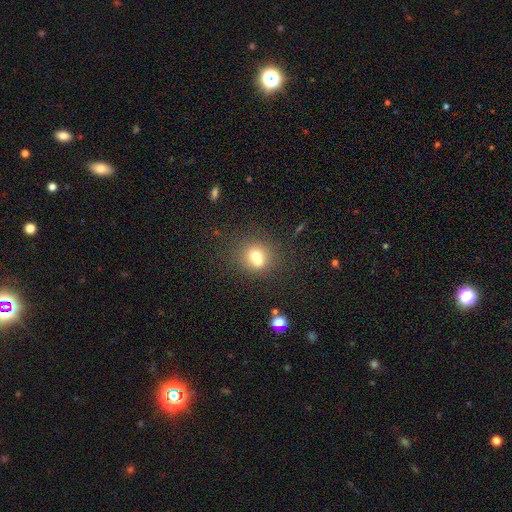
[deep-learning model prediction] smooth 65%, featured or disk 21%, star or artifact 14%. Down the decision tree: how rounded — round (80%); merging — merger (50%).